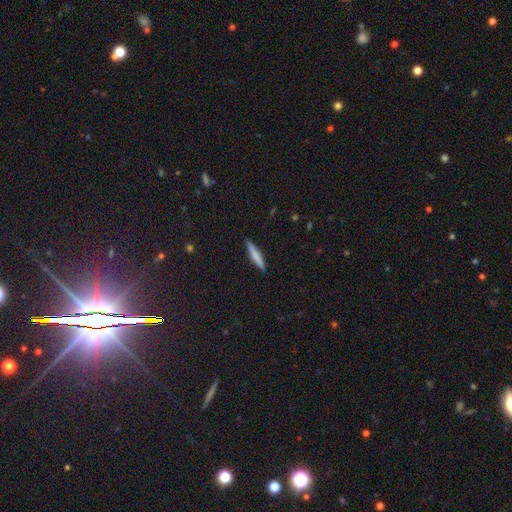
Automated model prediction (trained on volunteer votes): Morphology: type=smooth (73%); roundness=cigar-shaped (93%); merging=none (91%).